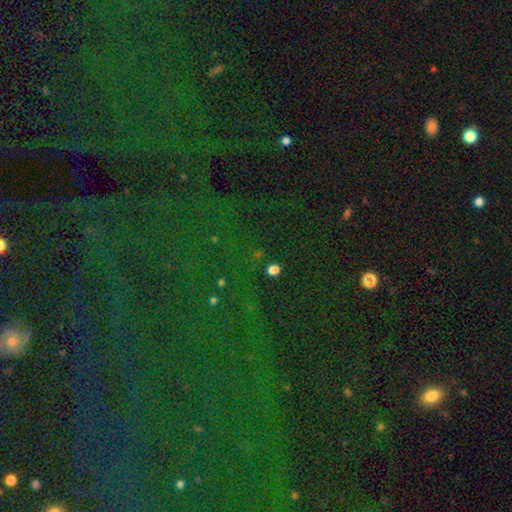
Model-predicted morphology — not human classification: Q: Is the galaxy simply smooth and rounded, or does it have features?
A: star or artifact — 73%.